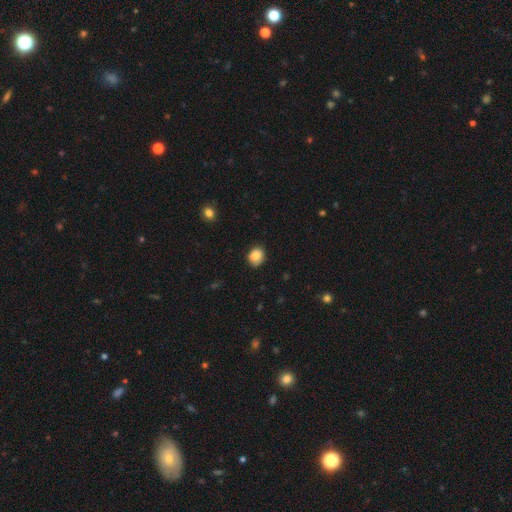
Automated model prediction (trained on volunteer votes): Smooth or featured? smooth (87%)
How rounded? round (59%)
Merging? none (80%)